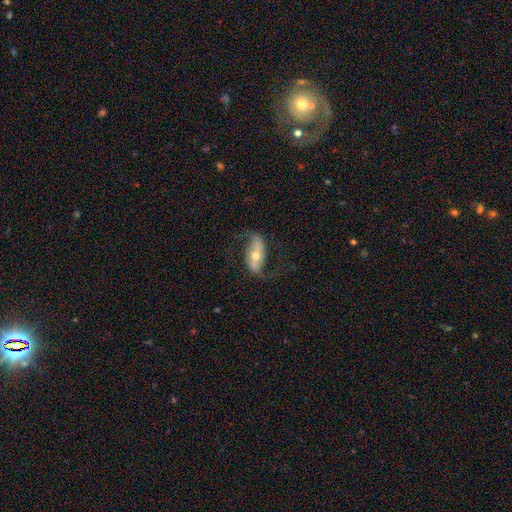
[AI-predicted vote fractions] Overall: featured or disk (80%). Edge-on disk: no (92%). Bar: strong (42%; weak 30%). Spiral arms: yes (93%). Spiral arm count: 2 (92%). Spiral winding: loose (71%). Bulge size: moderate (58%; small 35%). Merging: none (74%).